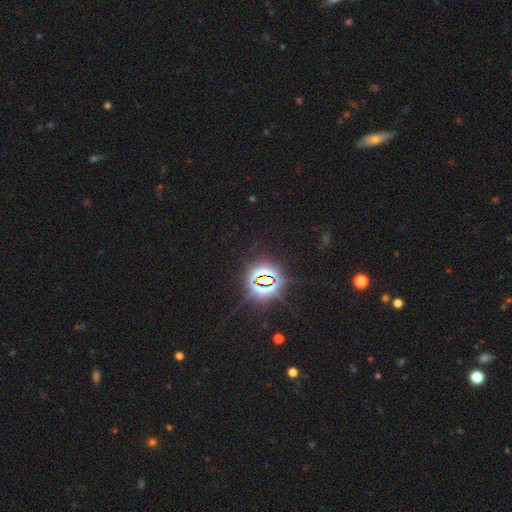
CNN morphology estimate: A star or artifact, not a galaxy (83%).

Vote fractions:
- Smooth or featured? star or artifact: 83% / smooth: 10% / featured or disk: 7%